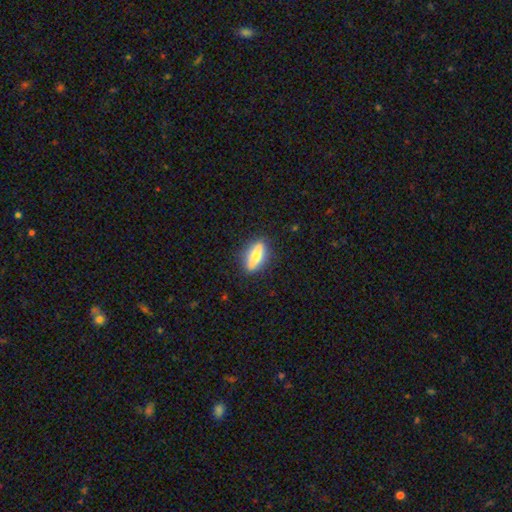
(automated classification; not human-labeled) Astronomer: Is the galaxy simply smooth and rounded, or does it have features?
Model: smooth — 54% (runner-up: featured or disk, 40%).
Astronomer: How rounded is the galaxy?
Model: in between — 55% (runner-up: cigar-shaped, 41%).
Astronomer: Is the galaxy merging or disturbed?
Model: none — 87%.